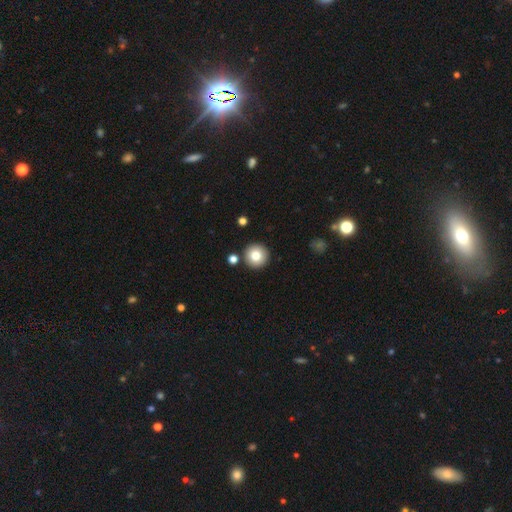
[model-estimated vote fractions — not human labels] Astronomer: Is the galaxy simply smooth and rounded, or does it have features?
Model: smooth — 80%.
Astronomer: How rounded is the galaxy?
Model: round — 96%.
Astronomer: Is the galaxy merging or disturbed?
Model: none — 89%.